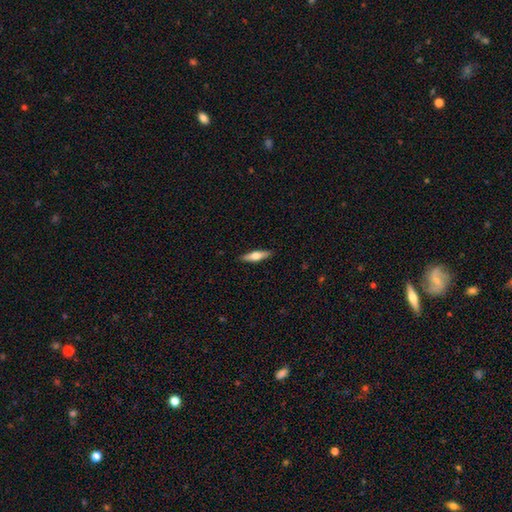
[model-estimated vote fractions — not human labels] This appears to be a smooth galaxy with no disk features (50%). Merging: none (90%).